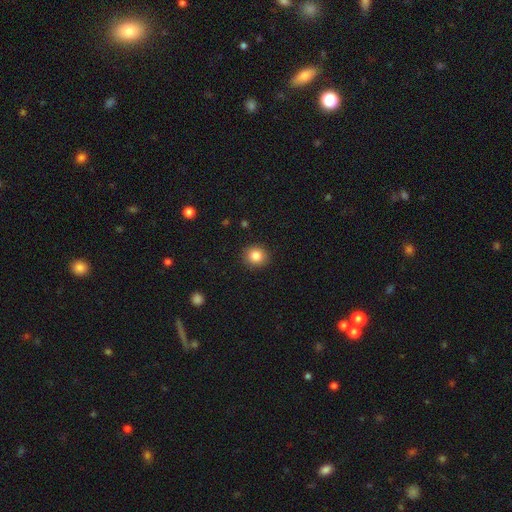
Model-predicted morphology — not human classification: Overall: smooth (84%). How rounded: round (88%). Merging: none (91%).